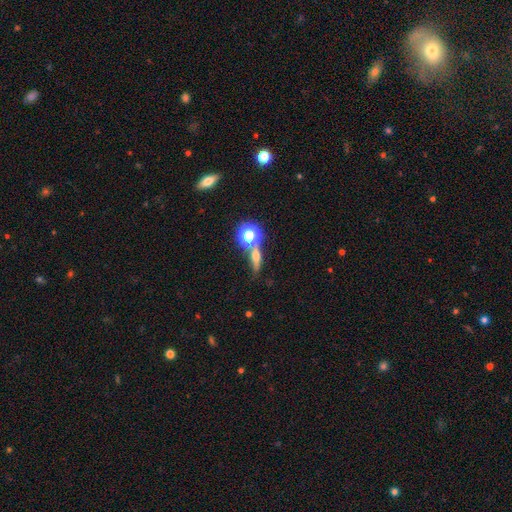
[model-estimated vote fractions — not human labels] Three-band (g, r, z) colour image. It shows a featured or disk galaxy (41%). Merging: none (71%).